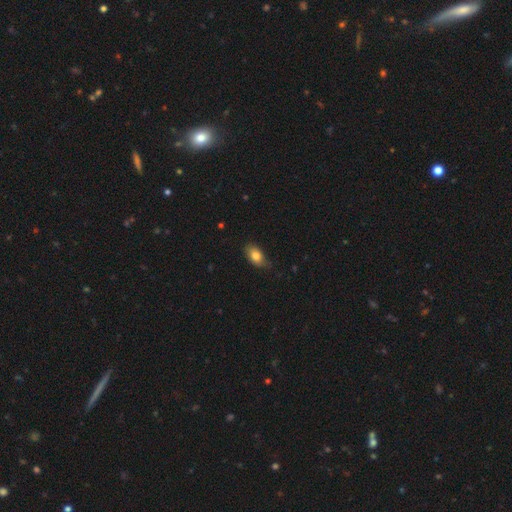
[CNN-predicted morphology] smooth 81%, featured or disk 11%, star or artifact 8%. Down the decision tree: how rounded — in between (87%); merging — none (70%).